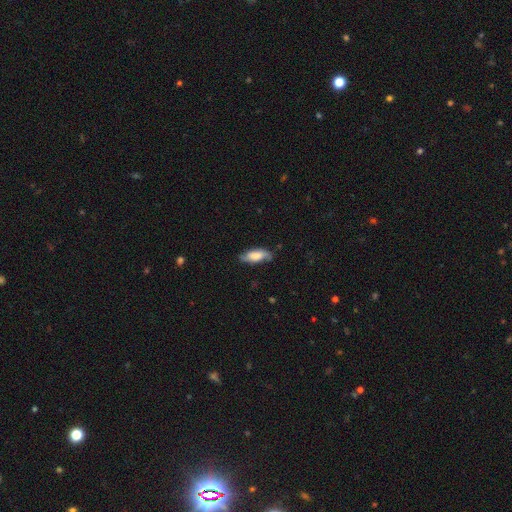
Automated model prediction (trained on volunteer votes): smooth-or-featured: smooth: 57% | featured or disk: 36% | star or artifact: 7%
  how-rounded: in between: 74% | cigar-shaped: 23% | round: 2%
  merging: none: 72% | minor disturbance: 22% | major disturbance: 5% | merger: 1%